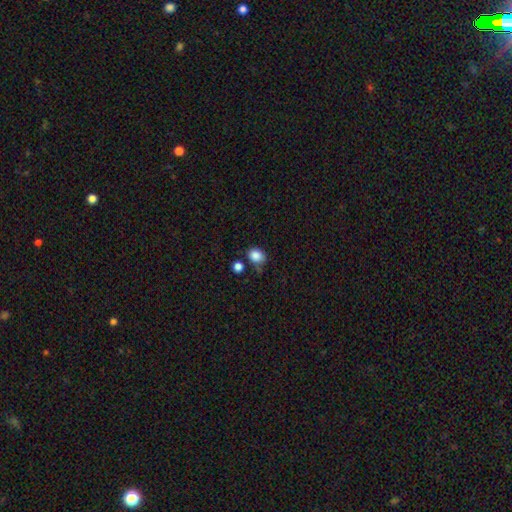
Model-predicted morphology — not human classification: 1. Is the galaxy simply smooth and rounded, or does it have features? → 86% smooth, 10% star or artifact, 5% featured or disk.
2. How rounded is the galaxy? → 53% round, 46% in between, 1% cigar-shaped.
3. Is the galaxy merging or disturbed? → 64% none, 19% minor disturbance, 11% merger, 6% major disturbance.